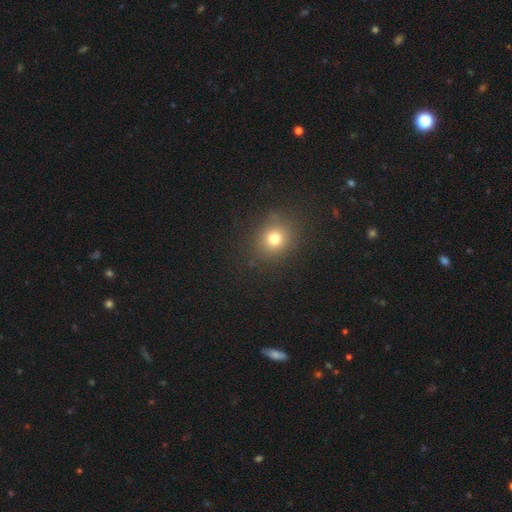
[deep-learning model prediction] smooth_or_featured: smooth (p=0.66) [alt: star or artifact p=0.27]
how_rounded: round (p=0.77) [alt: in between p=0.22]
merging: none (p=0.91) [alt: minor disturbance p=0.06]